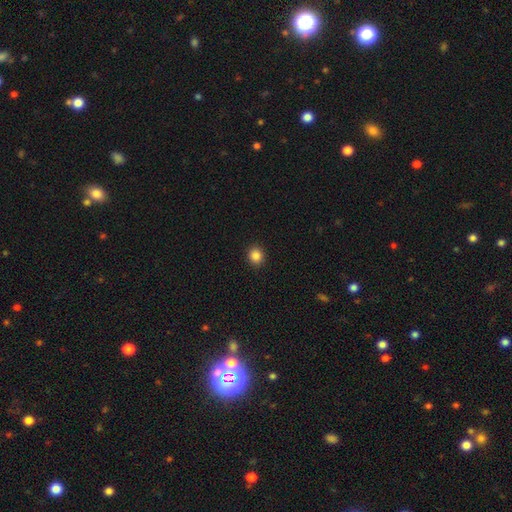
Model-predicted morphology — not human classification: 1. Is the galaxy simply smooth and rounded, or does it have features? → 86% smooth, 11% star or artifact, 3% featured or disk.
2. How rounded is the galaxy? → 83% round, 16% in between, 1% cigar-shaped.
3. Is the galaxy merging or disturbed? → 92% none, 5% minor disturbance, 2% major disturbance, 1% merger.